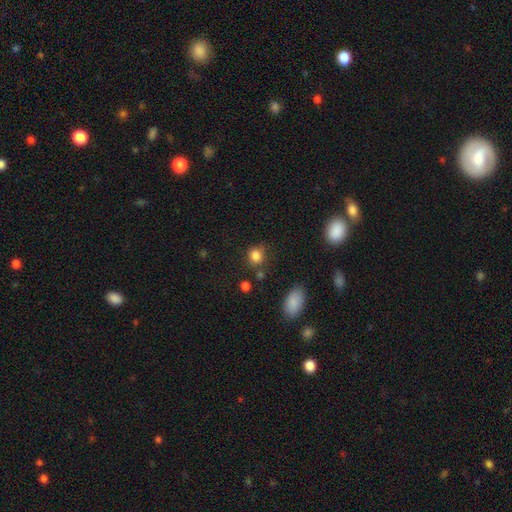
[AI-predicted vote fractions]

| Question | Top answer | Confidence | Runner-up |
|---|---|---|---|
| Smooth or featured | smooth | 83% | star or artifact (12%) |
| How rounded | round | 77% | in between (22%) |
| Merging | none | 72% | minor disturbance (17%) |